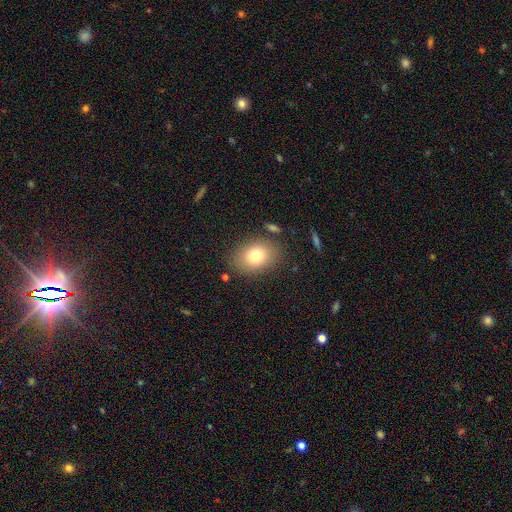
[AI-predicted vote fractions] smooth_or_featured: smooth (p=0.77) [alt: featured or disk p=0.13]
how_rounded: in between (p=0.69) [alt: round p=0.29]
merging: none (p=0.82) [alt: minor disturbance p=0.11]